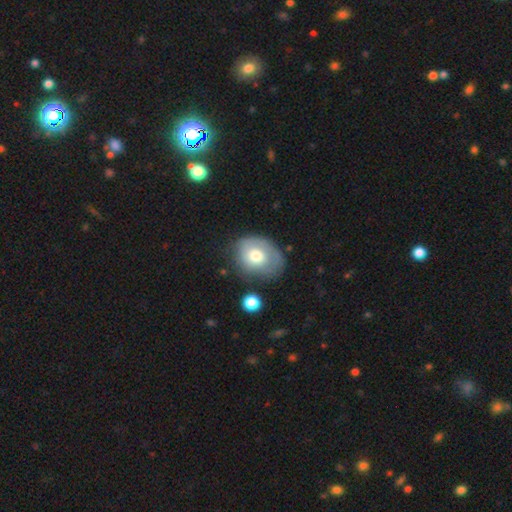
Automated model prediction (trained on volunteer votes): The model was most divided on "how rounded": in between: 53%, round: 46%, cigar-shaped: 1%. More confident: smooth or featured — smooth (61%); merging — none (55%).